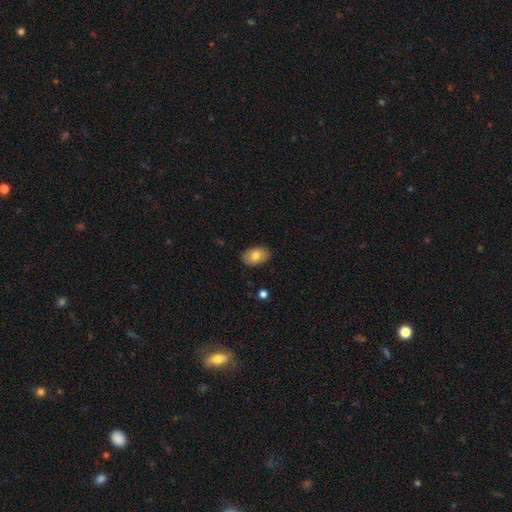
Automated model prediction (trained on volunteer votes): Morphology: type=smooth (78%); roundness=in between (89%); merging=none (87%).